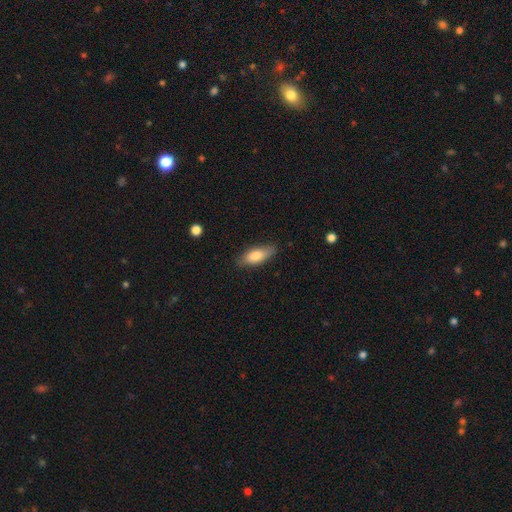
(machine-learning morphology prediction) Smooth or featured: smooth — 78% (featured or disk — 15%)
How rounded: in between — 73% (cigar-shaped — 25%)
Merging: none — 81% (minor disturbance — 15%)